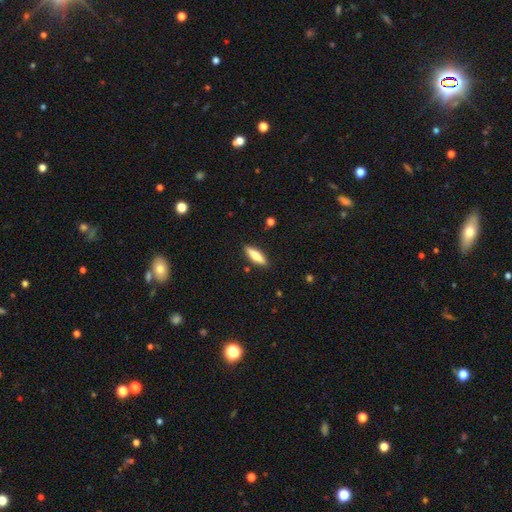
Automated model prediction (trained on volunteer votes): A smooth galaxy with no disk features (74%) that is cigar-shaped (57%).

Vote fractions:
- Smooth or featured? smooth: 74% / featured or disk: 20% / star or artifact: 6%
- How rounded? cigar-shaped: 57% / in between: 41% / round: 2%
- Merging? none: 88% / minor disturbance: 9% / major disturbance: 2% / merger: 1%